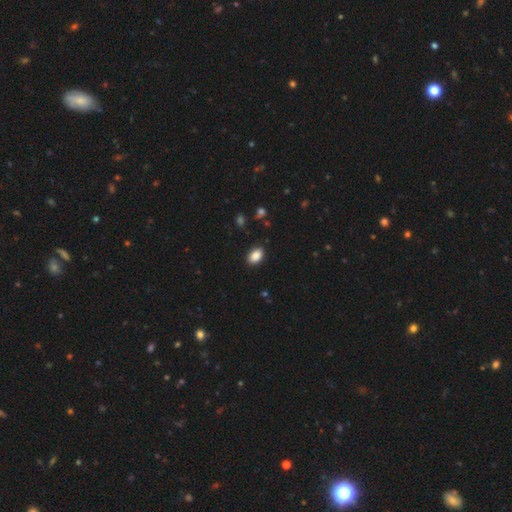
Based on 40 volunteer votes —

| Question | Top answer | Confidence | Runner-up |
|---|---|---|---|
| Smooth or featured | smooth | 95% | featured or disk (2%) |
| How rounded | in between | 89% | round (11%) |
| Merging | none | 72% | minor disturbance (23%) |